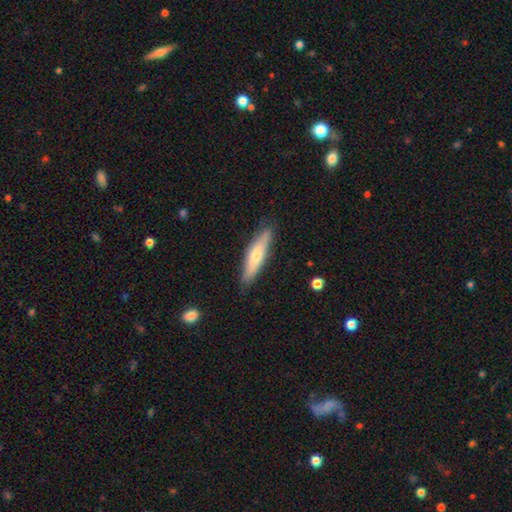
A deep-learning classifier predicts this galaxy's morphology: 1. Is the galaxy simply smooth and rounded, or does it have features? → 58% smooth, 36% featured or disk, 6% star or artifact.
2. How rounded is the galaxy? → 75% cigar-shaped, 23% in between, 2% round.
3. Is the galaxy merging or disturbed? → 84% none, 12% minor disturbance, 2% major disturbance, 1% merger.